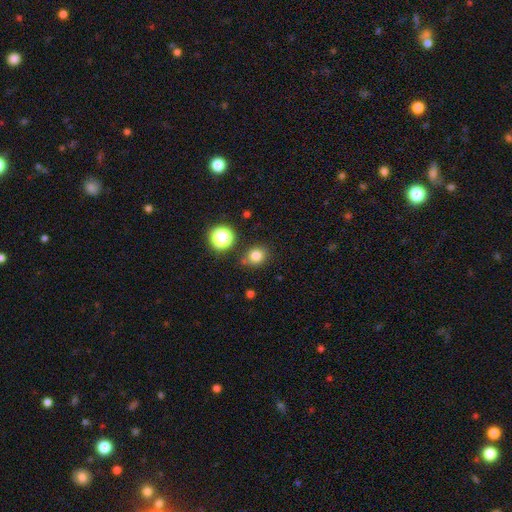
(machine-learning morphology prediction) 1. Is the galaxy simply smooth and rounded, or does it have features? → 79% smooth, 15% star or artifact, 6% featured or disk.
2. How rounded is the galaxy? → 77% round, 22% in between, 1% cigar-shaped.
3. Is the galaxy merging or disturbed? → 78% none, 13% minor disturbance, 6% merger, 4% major disturbance.